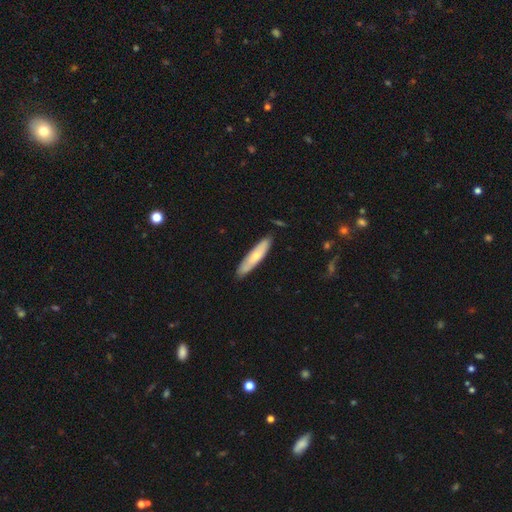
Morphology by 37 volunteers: type=smooth (65%); roundness=cigar-shaped (71%); merging=none (72%).